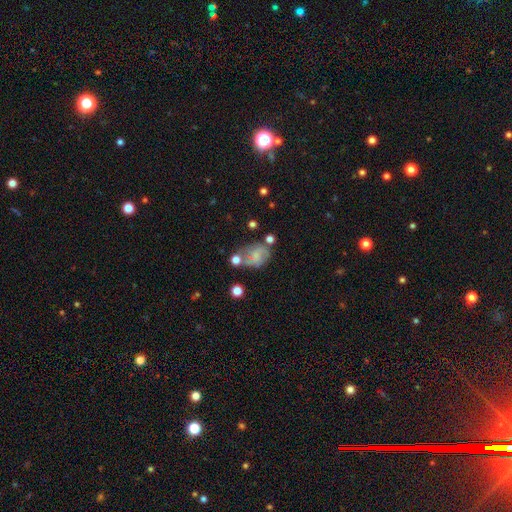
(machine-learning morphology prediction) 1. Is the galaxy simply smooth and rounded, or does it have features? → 46% smooth, 42% featured or disk, 12% star or artifact.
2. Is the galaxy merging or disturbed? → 45% none, 24% minor disturbance, 16% merger, 15% major disturbance.